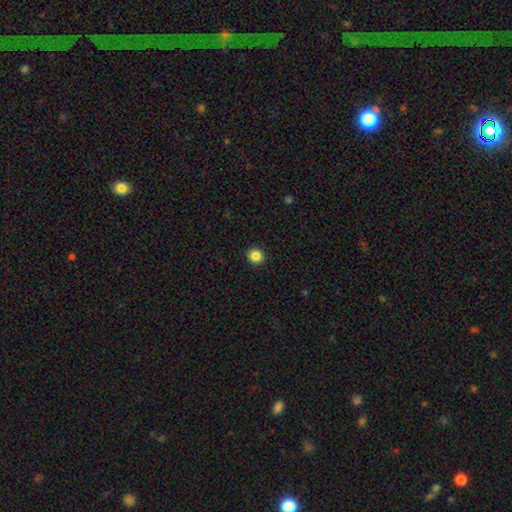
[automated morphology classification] A smooth galaxy with no disk features (86%) that is round (91%). Merging: none (93%).